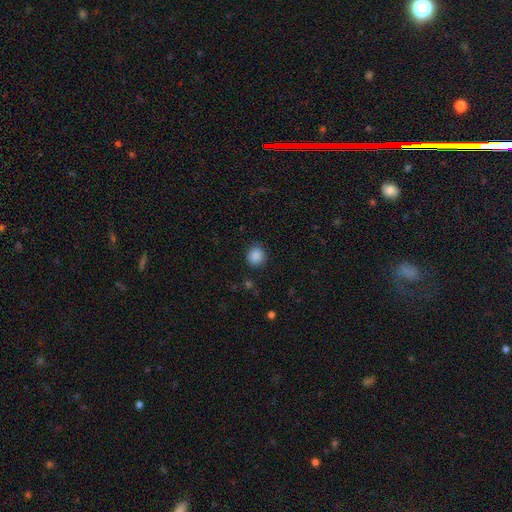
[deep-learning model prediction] smooth_or_featured: smooth (p=0.87) [alt: star or artifact p=0.10]
how_rounded: round (p=0.84) [alt: in between p=0.15]
merging: none (p=0.86) [alt: minor disturbance p=0.10]